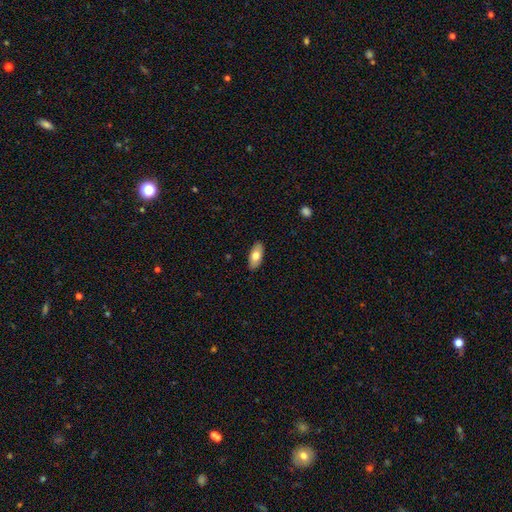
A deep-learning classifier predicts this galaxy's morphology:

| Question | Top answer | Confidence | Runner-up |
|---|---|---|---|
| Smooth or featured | smooth | 74% | featured or disk (20%) |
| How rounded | in between | 90% | cigar-shaped (7%) |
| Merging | none | 89% | minor disturbance (8%) |